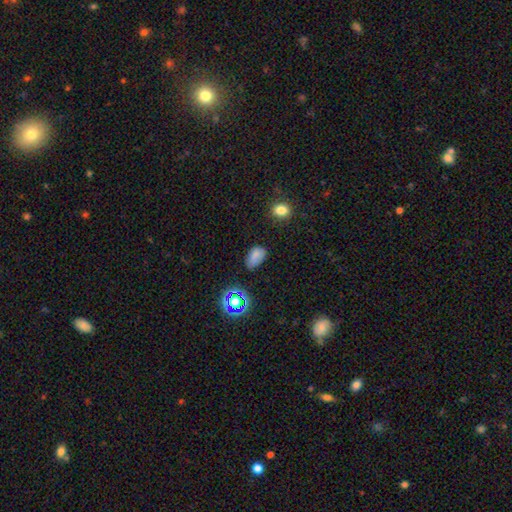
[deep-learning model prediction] smooth 74%, star or artifact 19%, featured or disk 8%. Down the decision tree: how rounded — in between (88%); merging — none (62%).